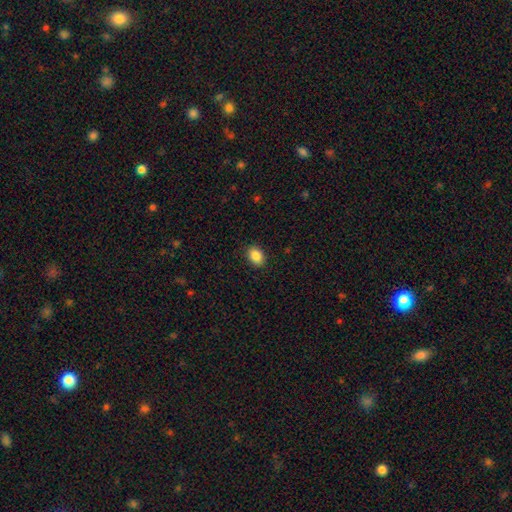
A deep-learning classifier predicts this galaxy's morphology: smooth 87%, star or artifact 8%, featured or disk 4%. Down the decision tree: how rounded — in between (73%); merging — none (90%).